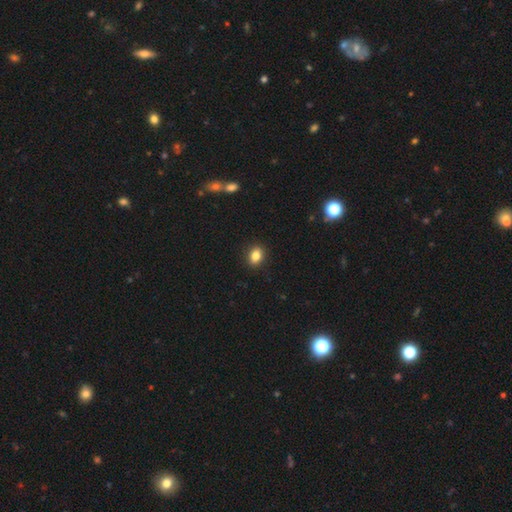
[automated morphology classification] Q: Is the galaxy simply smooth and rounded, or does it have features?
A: smooth — 84%.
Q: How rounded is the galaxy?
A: in between — 67%.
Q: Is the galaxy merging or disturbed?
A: none — 90%.